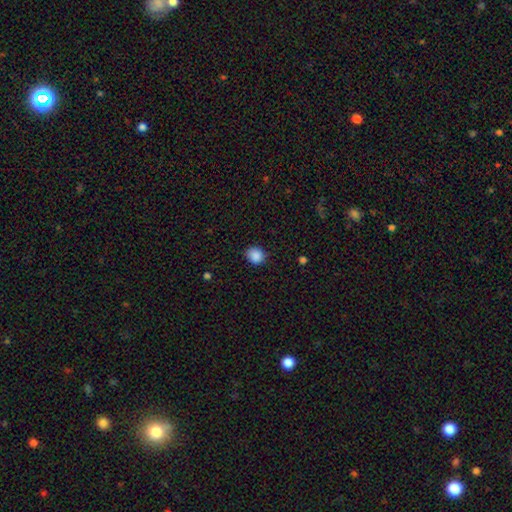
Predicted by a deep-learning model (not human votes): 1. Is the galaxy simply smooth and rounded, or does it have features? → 88% smooth, 10% star or artifact, 3% featured or disk.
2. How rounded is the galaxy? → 80% round, 19% in between, 1% cigar-shaped.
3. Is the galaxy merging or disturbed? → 84% none, 12% minor disturbance, 3% major disturbance, 1% merger.